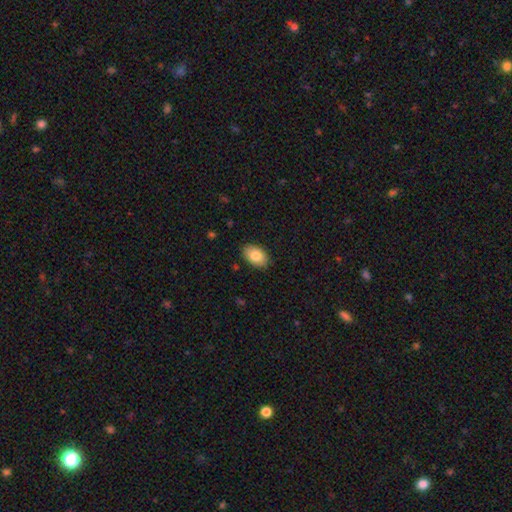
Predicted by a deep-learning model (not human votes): Smooth or featured? Predicted: smooth (p=0.84). How rounded? Predicted: in between (p=0.90). Merging? Predicted: none (p=0.86).